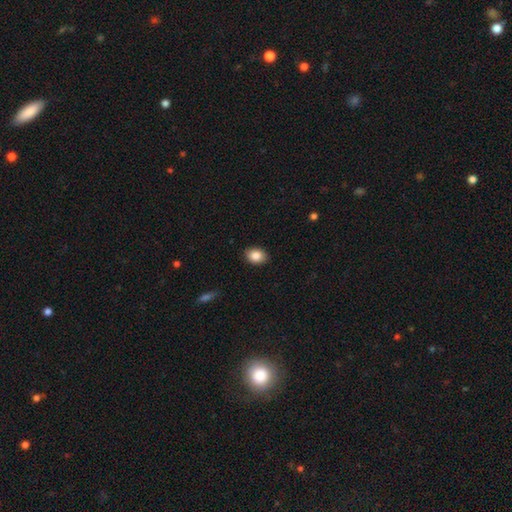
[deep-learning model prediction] smooth 86%, star or artifact 8%, featured or disk 6%. Down the decision tree: how rounded — in between (73%); merging — none (88%).